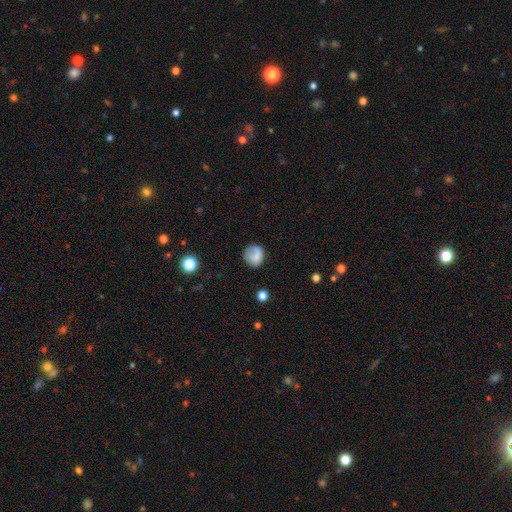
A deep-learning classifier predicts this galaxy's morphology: Overall: smooth (72%). How rounded: round (80%). Merging: none (58%; minor disturbance 23%).